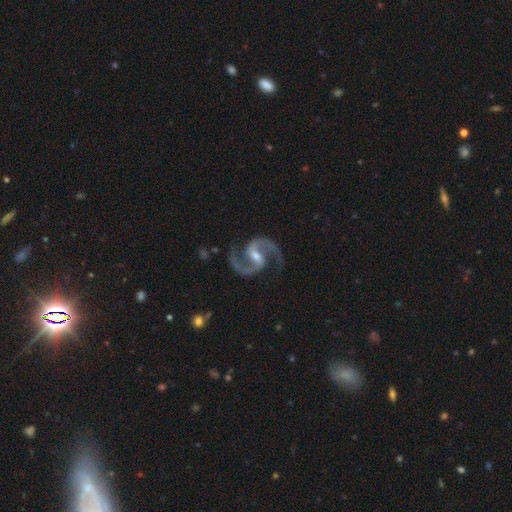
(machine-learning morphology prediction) The model was most divided on "bar": weak: 50%, strong: 33%, no: 17%. More confident: spiral arms — yes (99%); edge-on disk — no (98%); spiral arm count — 2 (95%); smooth or featured — featured or disk (94%); merging — none (84%); spiral winding — medium (69%); bulge size — moderate (56%).